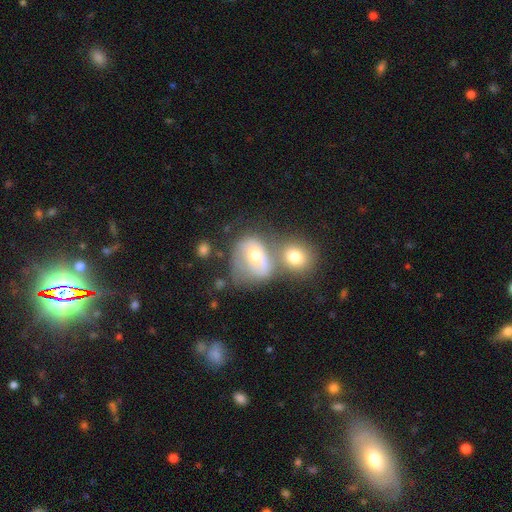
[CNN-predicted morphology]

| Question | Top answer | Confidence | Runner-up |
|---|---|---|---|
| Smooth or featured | smooth | 54% | featured or disk (36%) |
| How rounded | round | 55% | in between (44%) |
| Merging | merger | 45% | none (27%) |